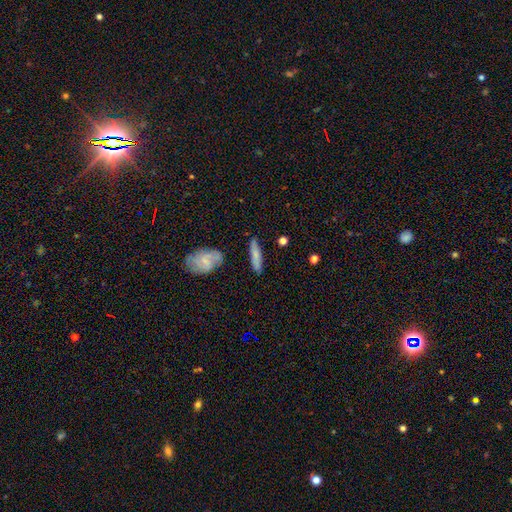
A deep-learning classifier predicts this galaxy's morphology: Q: Smooth or featured?
A: smooth (63%); runner-up: featured or disk (30%)
Q: How rounded?
A: cigar-shaped (77%); runner-up: in between (21%)
Q: Merging?
A: none (79%); runner-up: minor disturbance (14%)